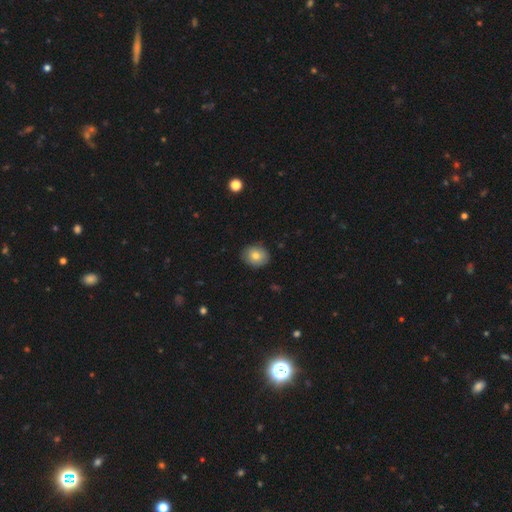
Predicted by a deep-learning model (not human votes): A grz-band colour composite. It shows a smooth galaxy with no disk features (75%) that is round (67%). Merging: none (86%).